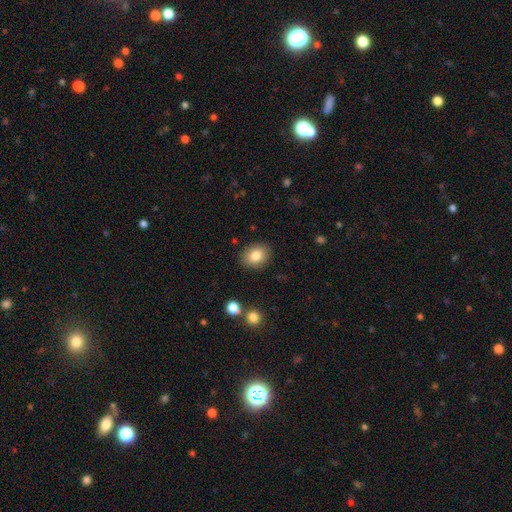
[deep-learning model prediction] Smooth or featured: smooth — 83% (featured or disk — 9%)
How rounded: in between — 59% (round — 41%)
Merging: none — 87% (minor disturbance — 9%)